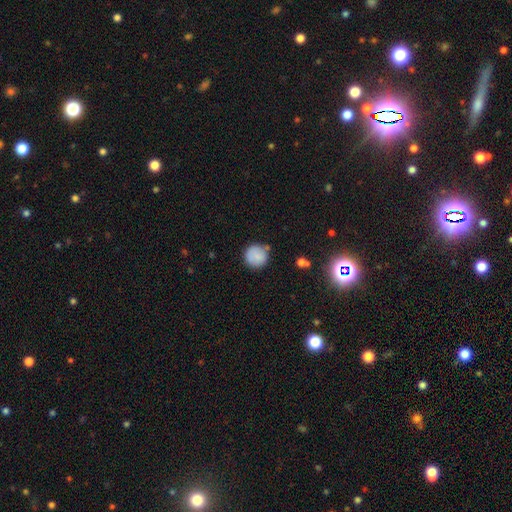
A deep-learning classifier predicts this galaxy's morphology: Smooth or featured?
  - smooth: 83% *
  - star or artifact: 9%
  - featured or disk: 9%
How rounded?
  - round: 93% *
  - in between: 6%
  - cigar-shaped: 1%
Merging?
  - none: 79% *
  - minor disturbance: 13%
  - merger: 4%
  - major disturbance: 3%